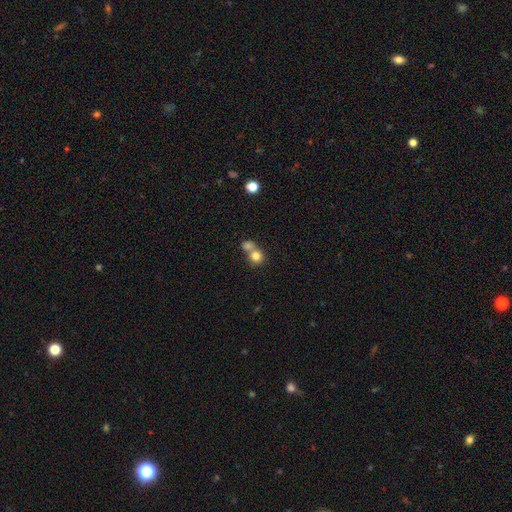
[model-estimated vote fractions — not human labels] This appears to be a smooth galaxy with no disk features (79%) that is round (84%). Merging: merger (53%).